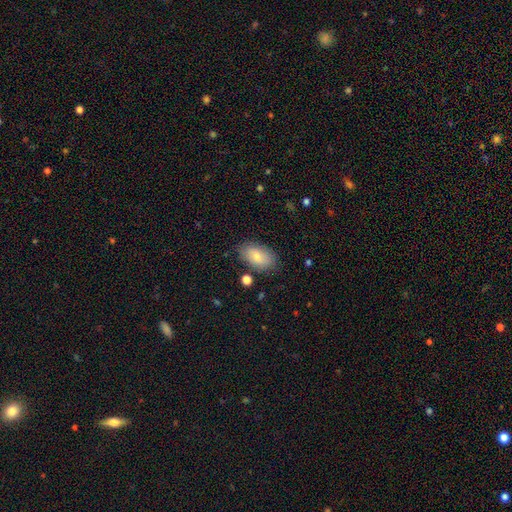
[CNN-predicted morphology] type=smooth (76%); roundness=in between (93%); merging=none (82%).